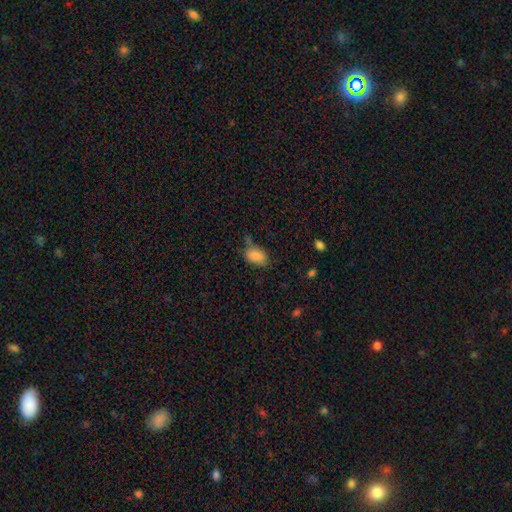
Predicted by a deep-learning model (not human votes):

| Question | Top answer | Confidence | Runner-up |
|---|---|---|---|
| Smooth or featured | smooth | 83% | star or artifact (9%) |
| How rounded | in between | 87% | round (11%) |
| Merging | none | 55% | minor disturbance (27%) |